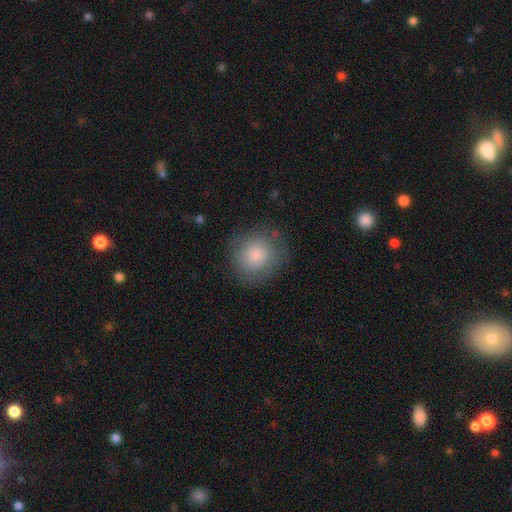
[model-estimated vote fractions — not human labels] smooth 82%, featured or disk 10%, star or artifact 9%. Down the decision tree: how rounded — round (88%); merging — none (81%).